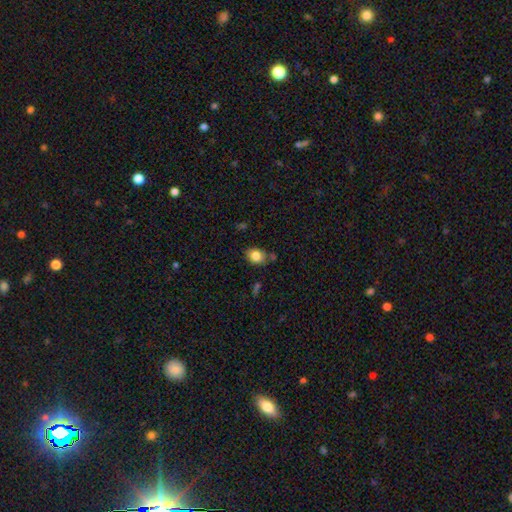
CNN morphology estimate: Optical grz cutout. It shows a smooth galaxy with no disk features (83%) that is in between round and cigar-shaped (56%). Merging: none (73%).